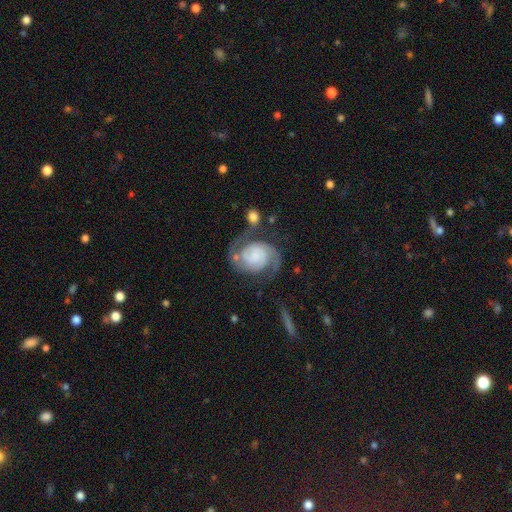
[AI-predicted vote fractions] featured or disk 86%, smooth 9%, star or artifact 5%. Down the decision tree: edge-on disk — no (98%); bar — no (65%); spiral arms — yes (97%); spiral arm count — 2 (92%); spiral winding — medium (48%); bulge size — none (40%); merging — none (62%).